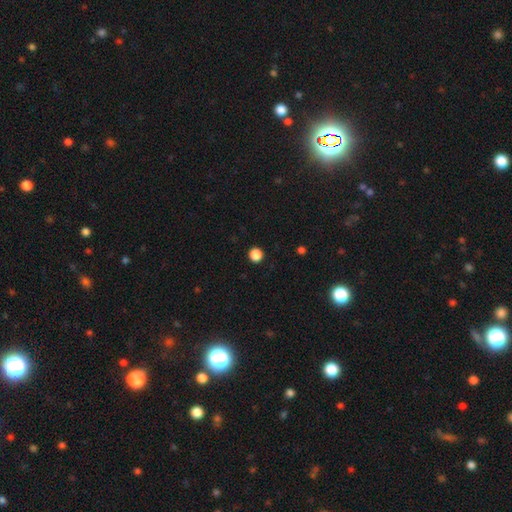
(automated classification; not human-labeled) smooth_or_featured: smooth (p=0.87) [alt: star or artifact p=0.11]
how_rounded: round (p=0.93) [alt: in between p=0.06]
merging: none (p=0.93) [alt: minor disturbance p=0.04]